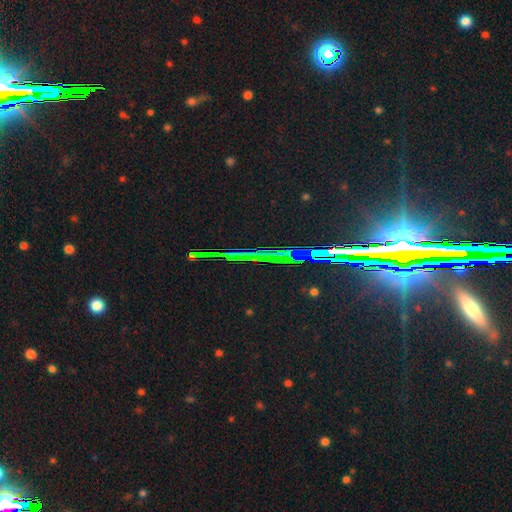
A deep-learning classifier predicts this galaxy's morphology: The model was most divided on "smooth or featured": star or artifact: 81%, featured or disk: 12%, smooth: 7%.